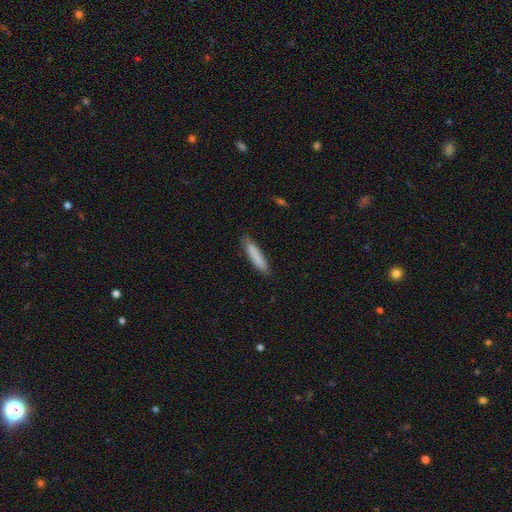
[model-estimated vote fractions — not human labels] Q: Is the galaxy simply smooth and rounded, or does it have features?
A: smooth — 84%.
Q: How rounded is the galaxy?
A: cigar-shaped — 85%.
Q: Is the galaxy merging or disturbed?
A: none — 85%.